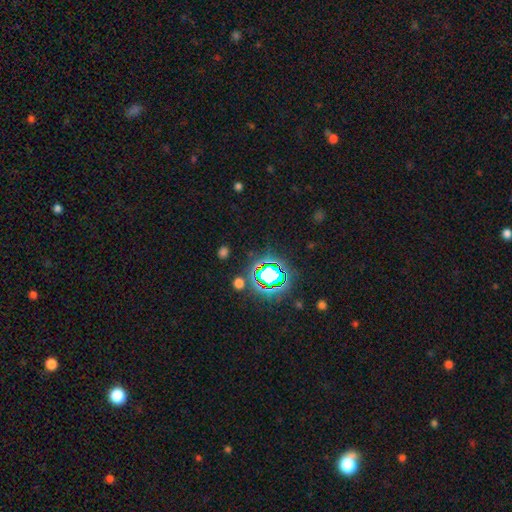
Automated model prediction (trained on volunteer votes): This is clearly a star or artifact rather than a galaxy (81%).